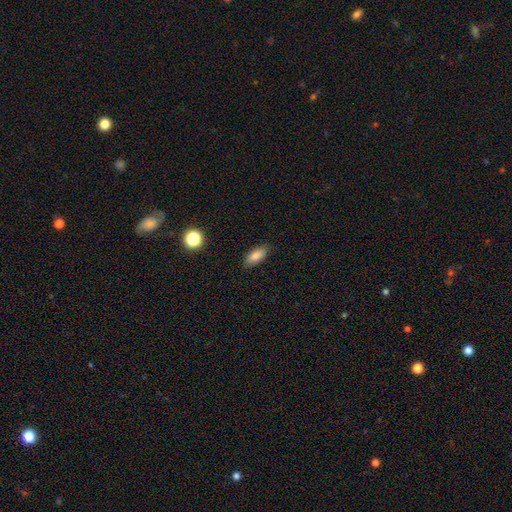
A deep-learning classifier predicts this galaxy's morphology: smooth_or_featured: smooth (p=0.81) [alt: featured or disk p=0.10]
how_rounded: in between (p=0.80) [alt: cigar-shaped p=0.17]
merging: none (p=0.86) [alt: minor disturbance p=0.11]